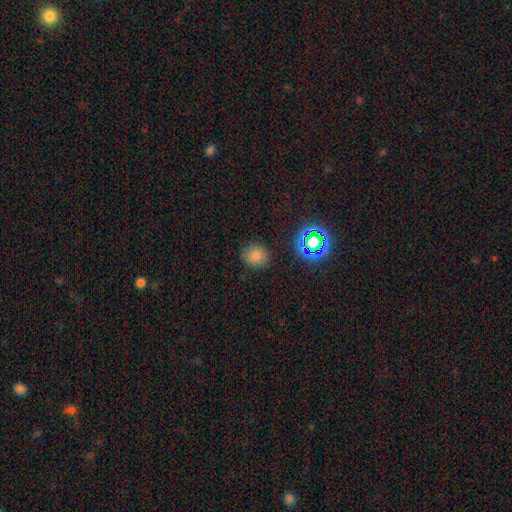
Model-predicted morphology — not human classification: The model was most divided on "smooth or featured": smooth: 75%, star or artifact: 19%, featured or disk: 6%. More confident: merging — none (85%); how rounded — round (80%).